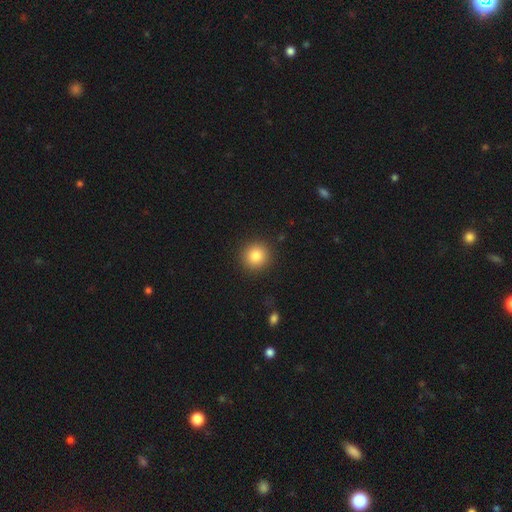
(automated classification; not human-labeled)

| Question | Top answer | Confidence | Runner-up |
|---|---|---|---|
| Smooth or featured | smooth | 84% | star or artifact (10%) |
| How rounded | round | 93% | in between (6%) |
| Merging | none | 91% | minor disturbance (6%) |